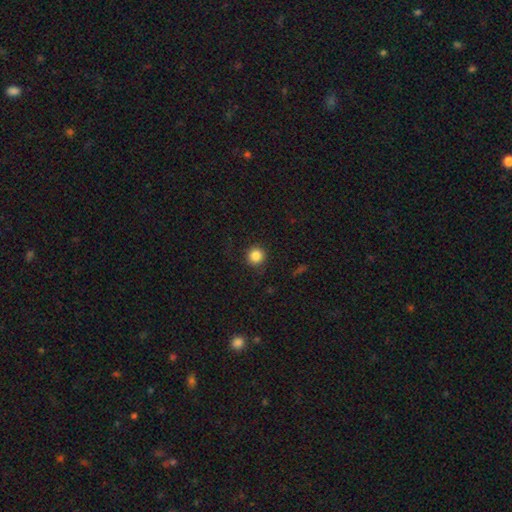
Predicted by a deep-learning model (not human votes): Smooth or featured? smooth (85%)
How rounded? round (94%)
Merging? none (90%)